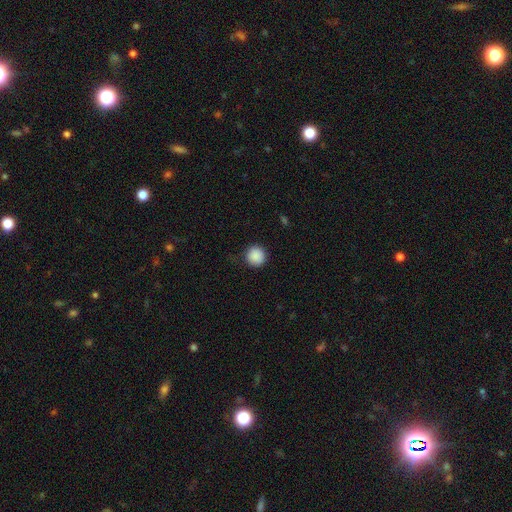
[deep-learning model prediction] The model was most divided on "merging": none: 85%, minor disturbance: 11%, major disturbance: 3%, merger: 1%. More confident: how rounded — round (95%); smooth or featured — smooth (89%).